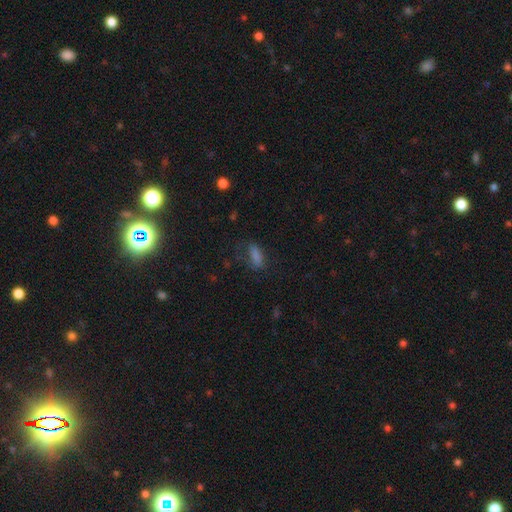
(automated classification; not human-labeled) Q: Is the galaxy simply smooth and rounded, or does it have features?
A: smooth — 68%.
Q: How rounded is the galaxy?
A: in between — 59%.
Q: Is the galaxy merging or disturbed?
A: none — 64%.